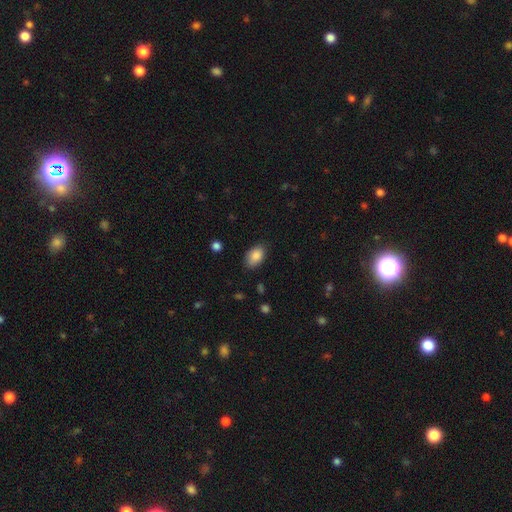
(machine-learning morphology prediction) A smooth galaxy with no disk features (88%) that is in between round and cigar-shaped (90%). Merging: none (80%).